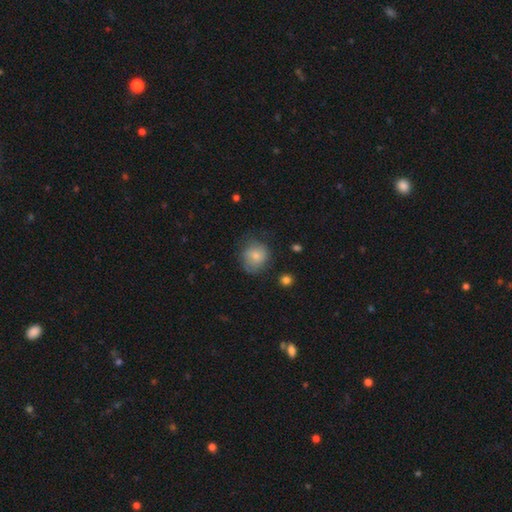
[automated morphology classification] This is likely a smooth galaxy (72%). How rounded: likely round (78%). Merging: likely none (62%).